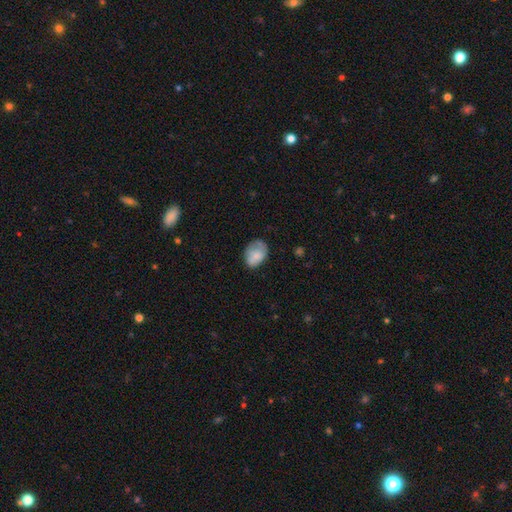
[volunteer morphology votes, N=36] Smooth or featured?
  - smooth: 64% *
  - featured or disk: 33%
  - star or artifact: 3%
How rounded?
  - in between: 83% *
  - round: 17%
  - cigar-shaped: 0%
Merging?
  - none: 63% *
  - minor disturbance: 23%
  - major disturbance: 11%
  - merger: 3%